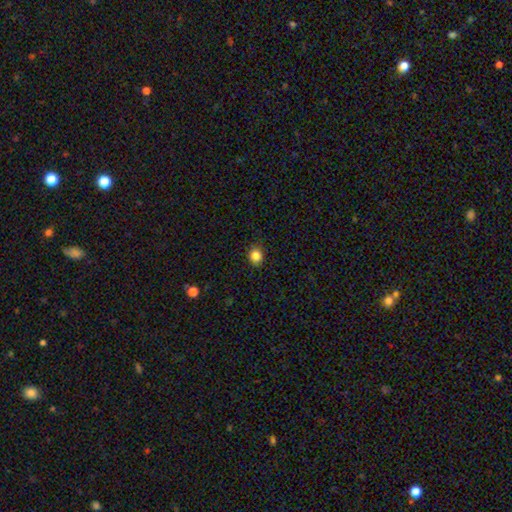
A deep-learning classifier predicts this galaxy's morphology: The model was most divided on "how rounded": round: 83%, in between: 16%, cigar-shaped: 1%. More confident: merging — none (88%); smooth or featured — smooth (84%).